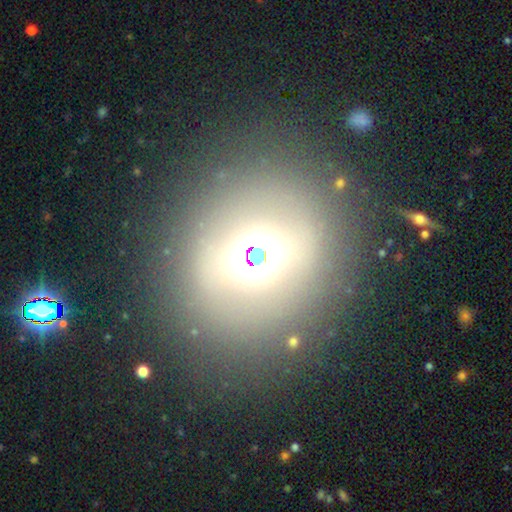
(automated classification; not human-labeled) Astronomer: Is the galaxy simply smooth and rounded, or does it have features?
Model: smooth — 40% (runner-up: star or artifact, 37%).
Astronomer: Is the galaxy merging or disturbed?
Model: none — 83%.